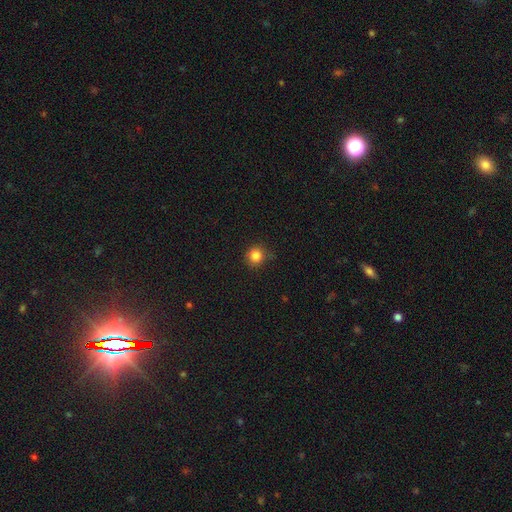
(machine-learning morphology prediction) Smooth or featured? smooth (83%)
How rounded? round (92%)
Merging? none (83%)